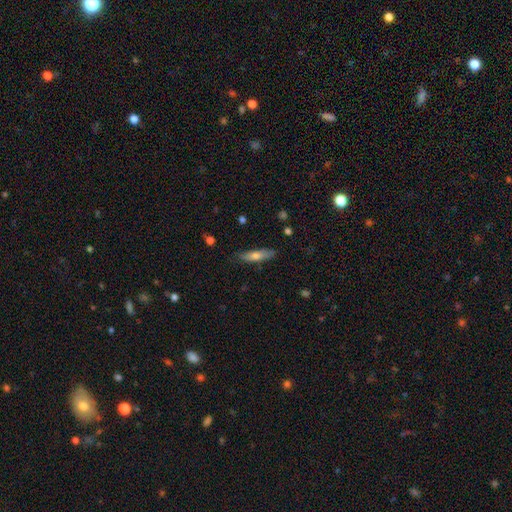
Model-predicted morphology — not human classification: type=smooth (66%); roundness=cigar-shaped (68%); merging=none (83%).